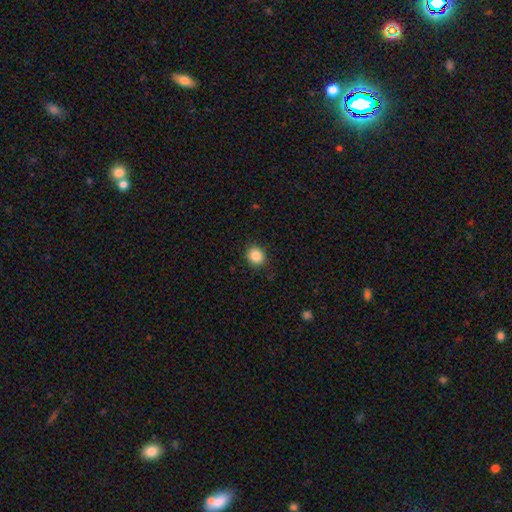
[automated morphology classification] This is clearly a smooth galaxy (86%). How rounded: likely round (78%). Merging: clearly none (89%).